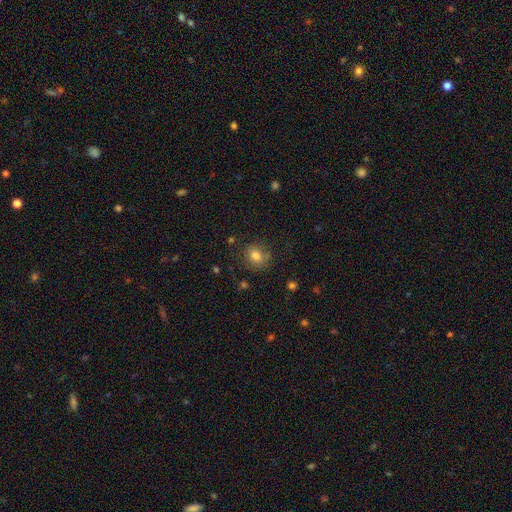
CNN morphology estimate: smooth_or_featured: smooth (p=0.81) [alt: star or artifact p=0.11]
how_rounded: round (p=0.69) [alt: in between p=0.30]
merging: none (p=0.77) [alt: minor disturbance p=0.15]